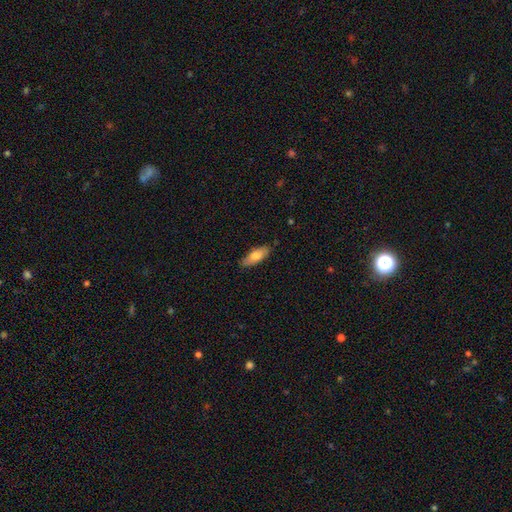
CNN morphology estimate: Smooth or featured? Predicted: smooth (p=0.75). How rounded? Predicted: in between (p=0.68). Merging? Predicted: none (p=0.84).